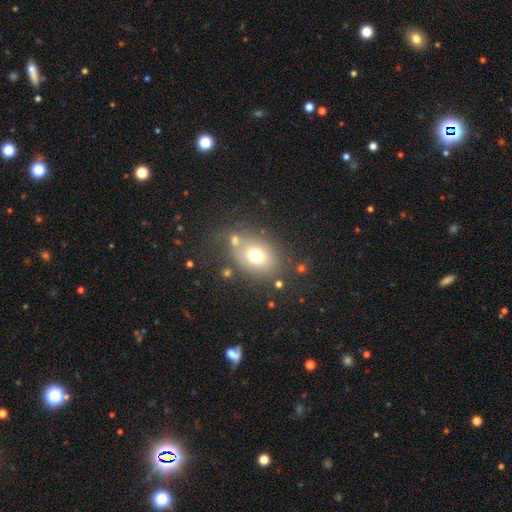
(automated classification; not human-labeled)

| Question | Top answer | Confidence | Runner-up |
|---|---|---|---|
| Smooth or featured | smooth | 71% | featured or disk (17%) |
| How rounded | in between | 68% | round (31%) |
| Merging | none | 64% | minor disturbance (16%) |